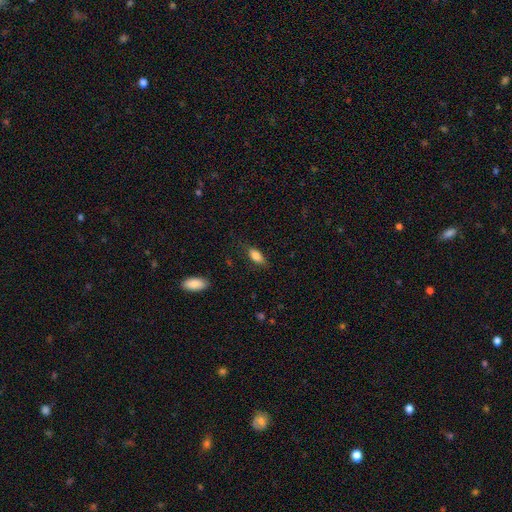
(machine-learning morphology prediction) Smooth or featured? smooth (82%)
How rounded? in between (83%)
Merging? none (77%)